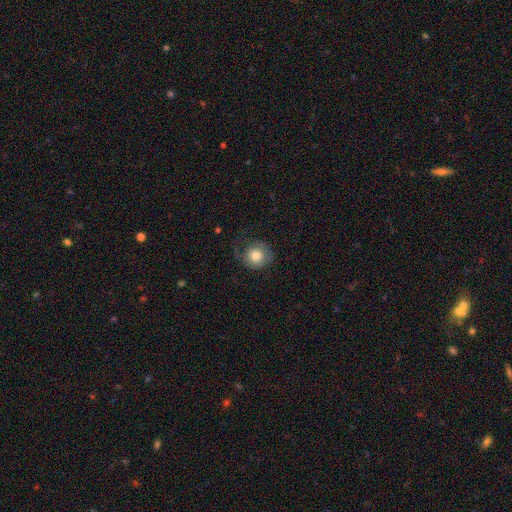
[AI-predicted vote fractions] Smooth or featured?
  - smooth: 74% *
  - featured or disk: 18%
  - star or artifact: 8%
How rounded?
  - round: 83% *
  - in between: 16%
  - cigar-shaped: 1%
Merging?
  - none: 56% *
  - minor disturbance: 24%
  - major disturbance: 19%
  - merger: 1%